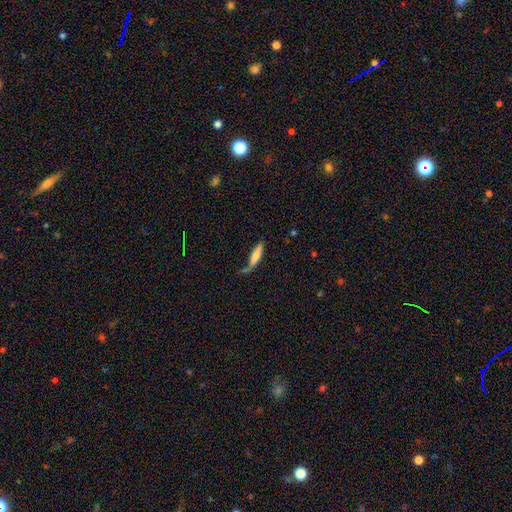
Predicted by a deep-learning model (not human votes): The model was most divided on "merging": none: 46%, minor disturbance: 26%, major disturbance: 15%, merger: 12%. More confident: how rounded — cigar-shaped (78%); smooth or featured — smooth (69%).